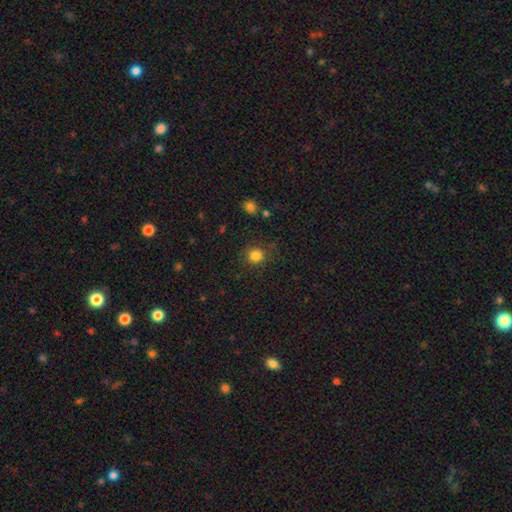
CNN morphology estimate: Smooth or featured: smooth — 83% (star or artifact — 13%)
How rounded: round — 87% (in between — 12%)
Merging: none — 82% (minor disturbance — 11%)